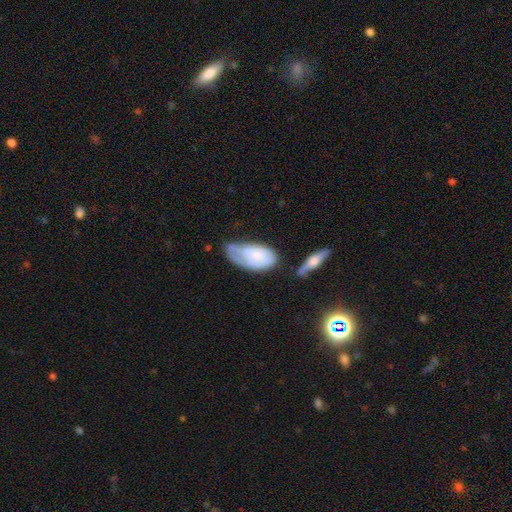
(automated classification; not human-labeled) This appears to be a smooth galaxy with no disk features (57%) that is in between round and cigar-shaped (92%). Merging: minor disturbance (36%).